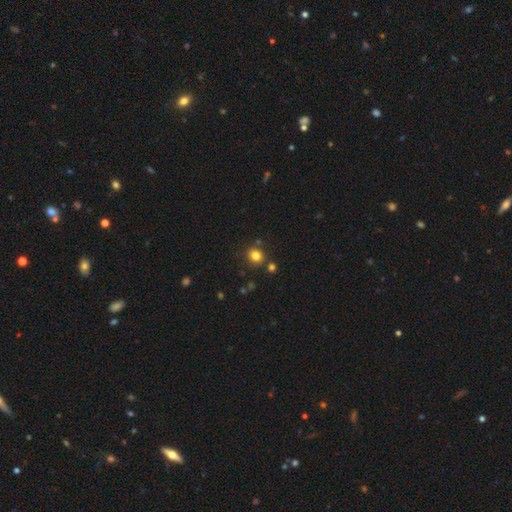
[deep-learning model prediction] Smooth or featured?
  - smooth: 81% *
  - star or artifact: 14%
  - featured or disk: 6%
How rounded?
  - round: 79% *
  - in between: 20%
  - cigar-shaped: 1%
Merging?
  - none: 81% *
  - minor disturbance: 9%
  - merger: 7%
  - major disturbance: 3%